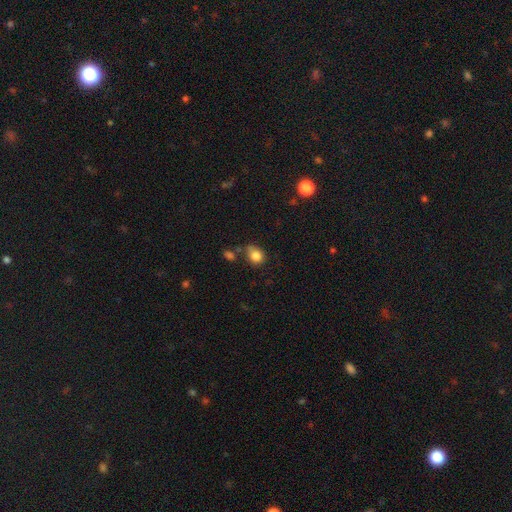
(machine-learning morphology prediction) Q: Smooth or featured?
A: smooth (83%); runner-up: star or artifact (10%)
Q: How rounded?
A: round (63%); runner-up: in between (36%)
Q: Merging?
A: none (54%); runner-up: minor disturbance (26%)